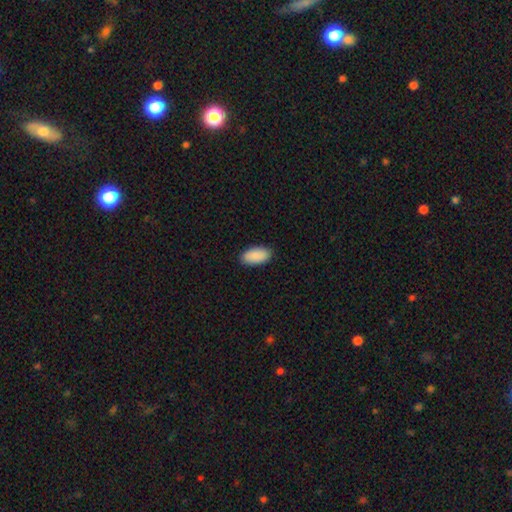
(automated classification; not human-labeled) Smooth or featured? Predicted: smooth (p=0.91). How rounded? Predicted: in between (p=0.95). Merging? Predicted: none (p=0.89).